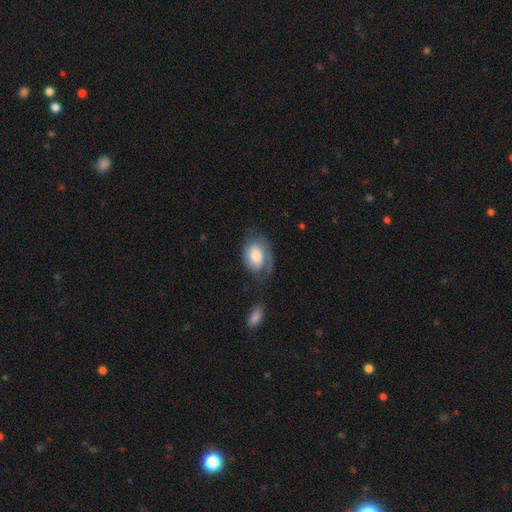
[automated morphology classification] This is possibly a featured or disk galaxy (52%). It is clearly not viewed edge-on (96%). Merging: possibly none (50%).